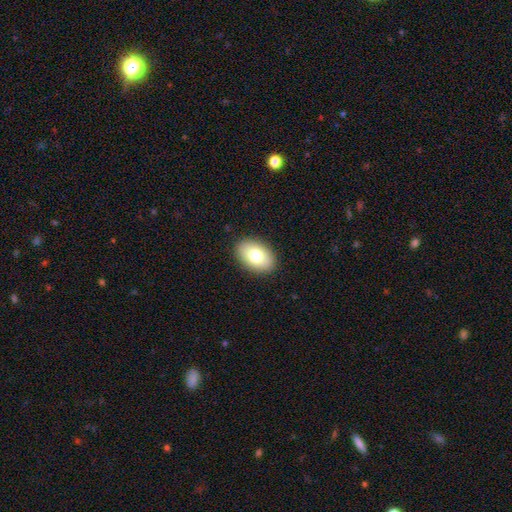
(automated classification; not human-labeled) Morphology: type=smooth (76%); roundness=in between (87%); merging=none (89%).